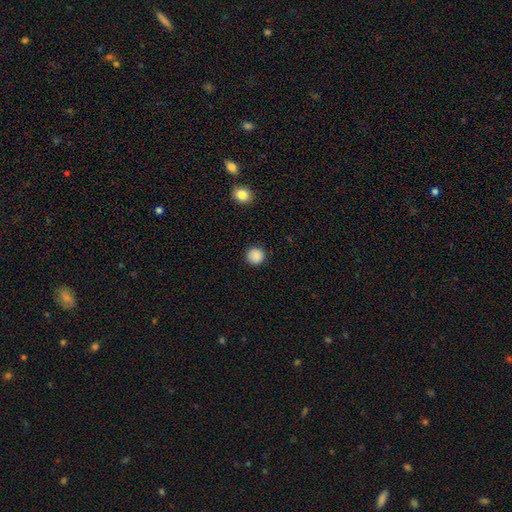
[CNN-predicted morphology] smooth 88%, star or artifact 9%, featured or disk 3%. Down the decision tree: how rounded — round (93%); merging — none (91%).